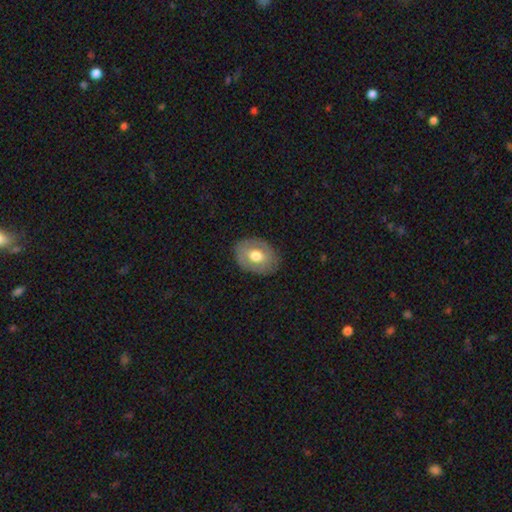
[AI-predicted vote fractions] smooth-or-featured: smooth: 58% | featured or disk: 35% | star or artifact: 7%
  how-rounded: in between: 68% | round: 31% | cigar-shaped: 1%
  merging: none: 82% | minor disturbance: 13% | major disturbance: 4% | merger: 1%